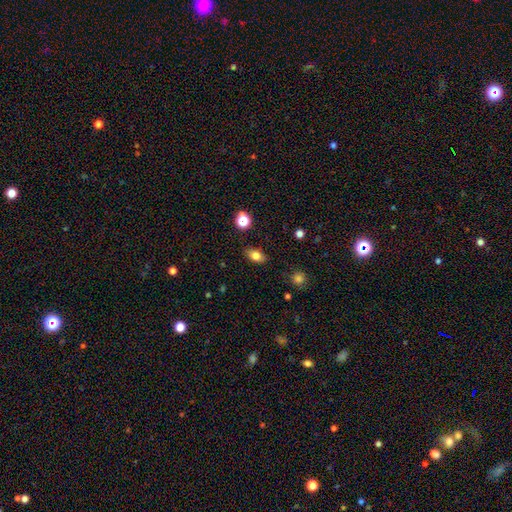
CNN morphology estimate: This appears to be a smooth galaxy with no disk features (79%) that is in between round and cigar-shaped (85%). Merging: none (86%).